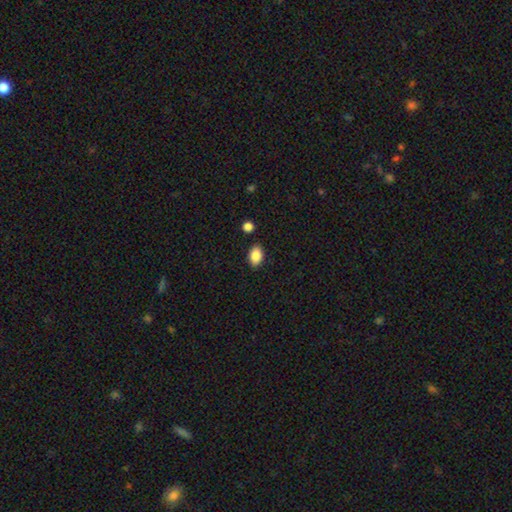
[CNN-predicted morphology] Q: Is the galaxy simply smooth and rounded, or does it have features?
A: smooth — 88%.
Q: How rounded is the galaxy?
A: in between — 88%.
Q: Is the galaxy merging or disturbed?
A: none — 86%.